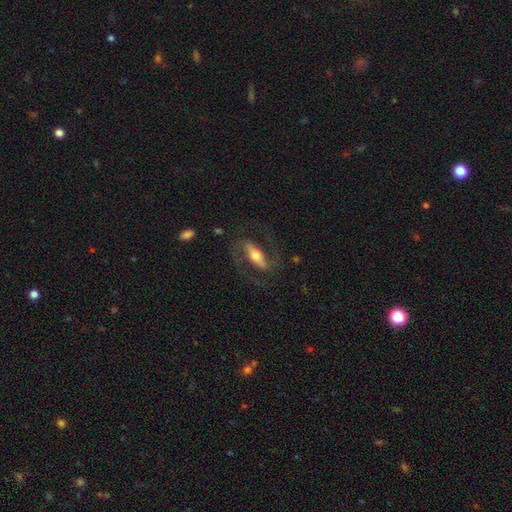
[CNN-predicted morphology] Q: Smooth or featured?
A: featured or disk (75%); runner-up: smooth (19%)
Q: Edge-on disk?
A: no (76%); runner-up: yes (24%)
Q: Bar?
A: strong (65%); runner-up: weak (21%)
Q: Spiral arms?
A: yes (83%); runner-up: no (17%)
Q: Bulge size?
A: moderate (62%); runner-up: small (18%)
Q: Merging?
A: none (71%); runner-up: major disturbance (14%)